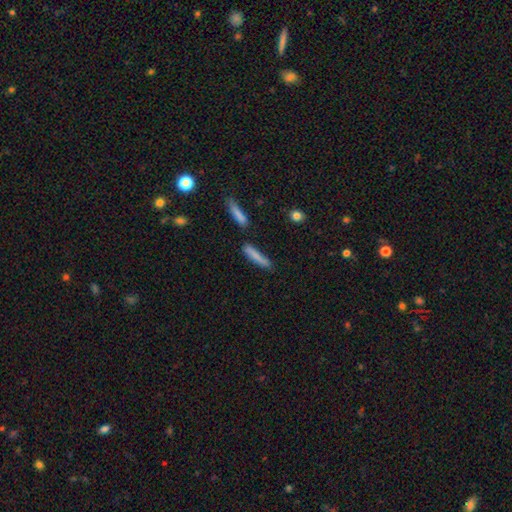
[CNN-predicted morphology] Q: Smooth or featured?
A: smooth (77%); runner-up: featured or disk (16%)
Q: How rounded?
A: cigar-shaped (90%); runner-up: in between (9%)
Q: Merging?
A: none (69%); runner-up: minor disturbance (16%)